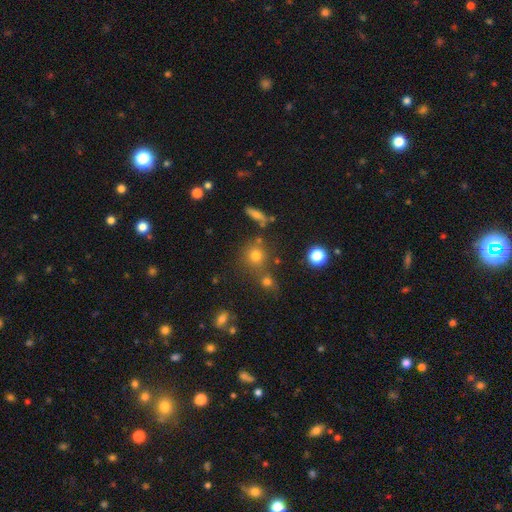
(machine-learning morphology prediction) smooth 71%, star or artifact 19%, featured or disk 10%. Down the decision tree: how rounded — round (88%); merging — none (64%).